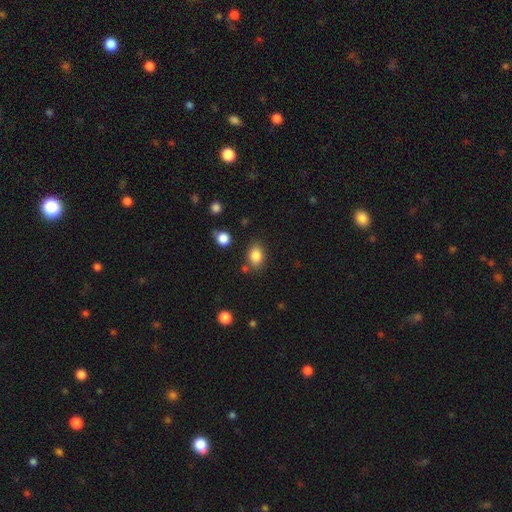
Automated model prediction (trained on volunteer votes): Q: Smooth or featured?
A: smooth (84%); runner-up: star or artifact (10%)
Q: How rounded?
A: in between (72%); runner-up: round (27%)
Q: Merging?
A: none (77%); runner-up: minor disturbance (13%)